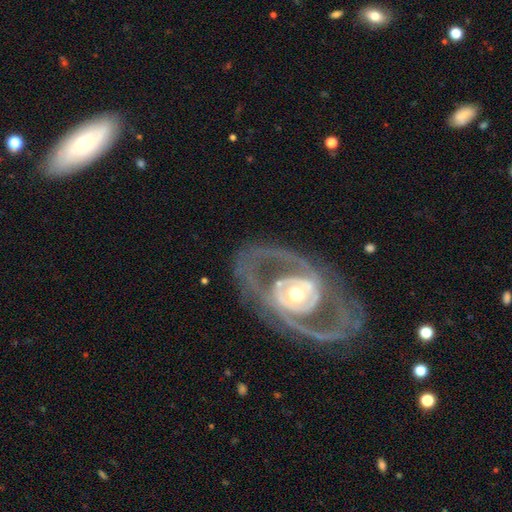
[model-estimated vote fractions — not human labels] Smooth or featured: featured or disk — 89% (smooth — 6%)
Edge-on disk: no — 95% (yes — 5%)
Bar: no — 48% (weak — 26%)
Spiral arms: yes — 85% (no — 15%)
Spiral winding: medium — 49% (tight — 33%)
Spiral arm count: 2 — 84% (can't tell — 7%)
Bulge size: moderate — 54% (small — 34%)
Merging: none — 75% (major disturbance — 11%)